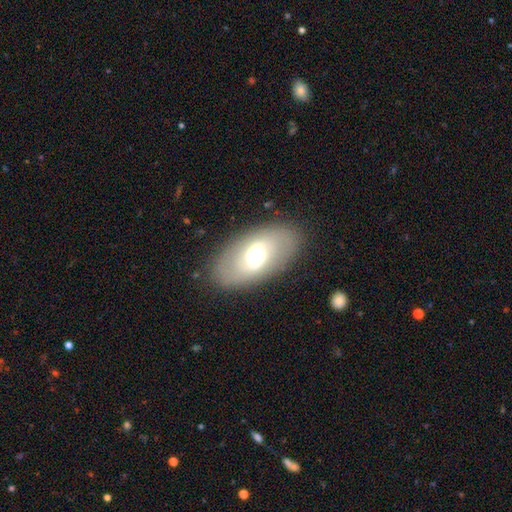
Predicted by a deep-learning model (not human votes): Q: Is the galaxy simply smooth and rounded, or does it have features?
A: smooth — 48%.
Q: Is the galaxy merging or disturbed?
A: none — 84%.